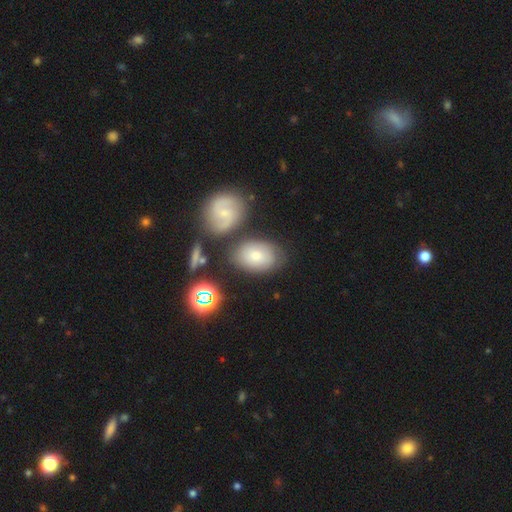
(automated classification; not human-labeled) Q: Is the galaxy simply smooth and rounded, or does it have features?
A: smooth — 65%.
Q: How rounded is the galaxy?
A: in between — 83%.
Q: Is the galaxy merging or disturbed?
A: none — 69%.